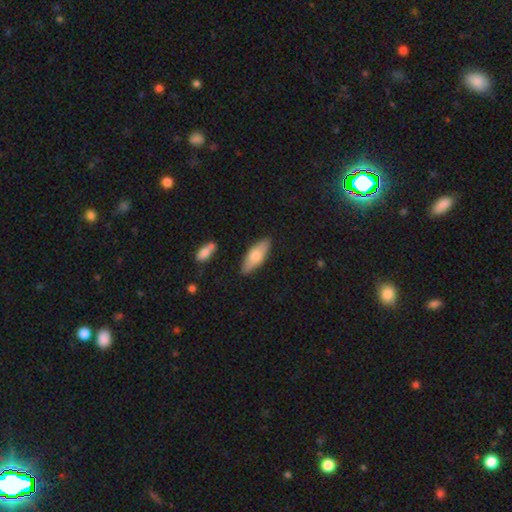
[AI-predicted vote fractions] Smooth or featured?
  - smooth: 66% *
  - featured or disk: 28%
  - star or artifact: 6%
How rounded?
  - in between: 70% *
  - cigar-shaped: 28%
  - round: 2%
Merging?
  - none: 84% *
  - minor disturbance: 12%
  - major disturbance: 2%
  - merger: 2%